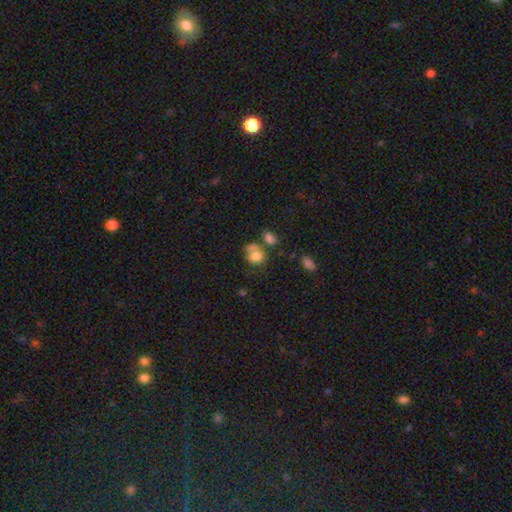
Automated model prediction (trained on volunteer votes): A smooth galaxy with no disk features (75%) that is round (54%). Merging: none (35%).